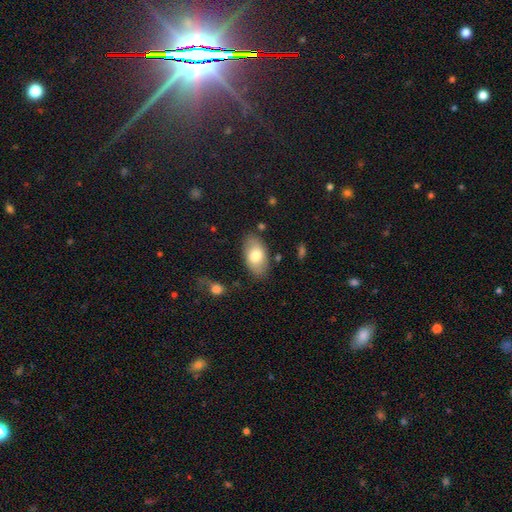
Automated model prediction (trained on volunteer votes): Overall: smooth (73%). How rounded: in between (94%). Merging: none (81%).